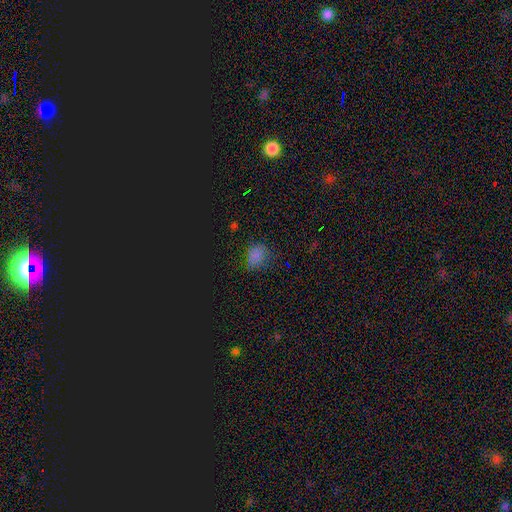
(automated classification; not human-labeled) Q: Smooth or featured?
A: smooth (64%); runner-up: star or artifact (29%)
Q: How rounded?
A: round (50%); runner-up: in between (48%)
Q: Merging?
A: none (69%); runner-up: minor disturbance (22%)